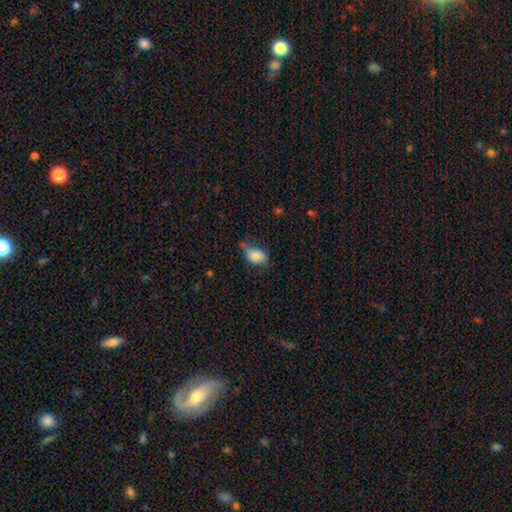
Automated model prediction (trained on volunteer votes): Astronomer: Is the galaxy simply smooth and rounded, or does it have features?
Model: smooth — 80%.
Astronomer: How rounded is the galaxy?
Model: in between — 87%.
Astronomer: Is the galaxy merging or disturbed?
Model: none — 44% (runner-up: minor disturbance, 39%).